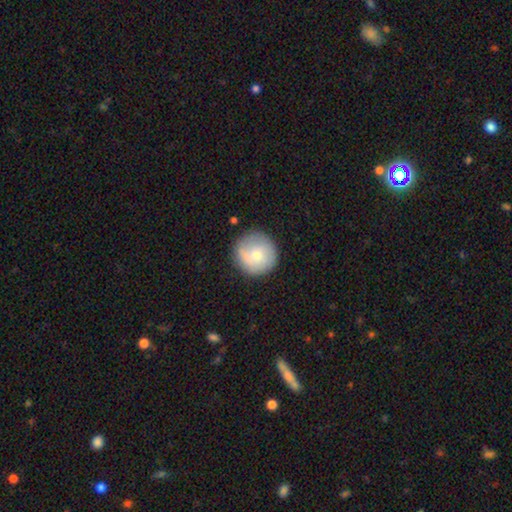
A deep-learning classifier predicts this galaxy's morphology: smooth_or_featured: smooth (p=0.67) [alt: featured or disk p=0.26]
how_rounded: round (p=0.95) [alt: in between p=0.04]
merging: none (p=0.80) [alt: minor disturbance p=0.14]